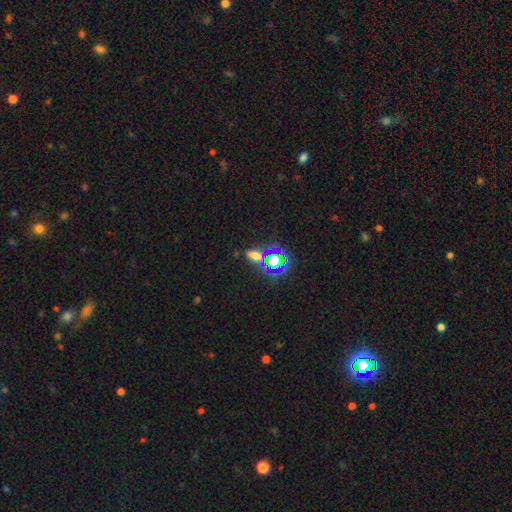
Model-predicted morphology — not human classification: Q: Smooth or featured?
A: smooth (48%); runner-up: star or artifact (42%)
Q: Merging?
A: none (70%); runner-up: merger (13%)